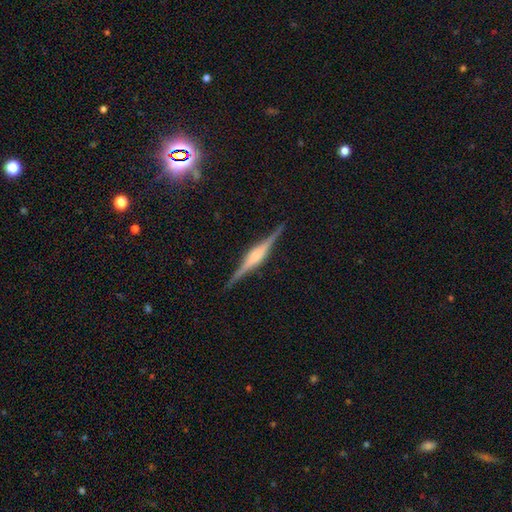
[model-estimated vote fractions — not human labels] Smooth or featured? Predicted: featured or disk (p=0.85). Edge-on disk? Predicted: yes (p=0.98). Edge-on bulge? Predicted: rounded (p=0.64). Merging? Predicted: none (p=0.90).